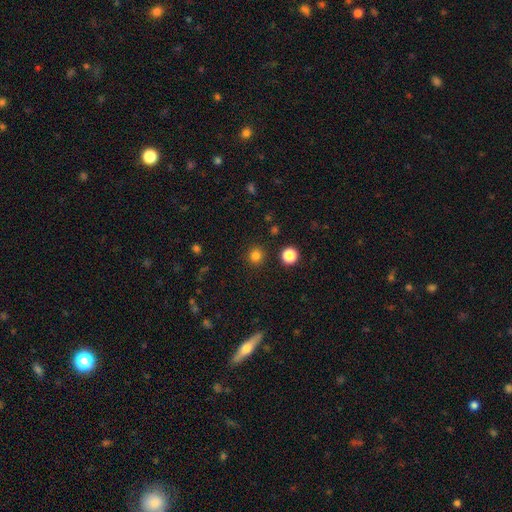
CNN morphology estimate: Q: Smooth or featured?
A: smooth (81%); runner-up: star or artifact (15%)
Q: How rounded?
A: round (92%); runner-up: in between (7%)
Q: Merging?
A: none (90%); runner-up: minor disturbance (6%)